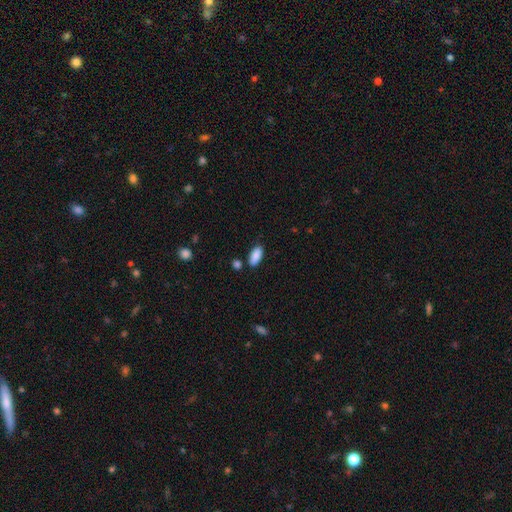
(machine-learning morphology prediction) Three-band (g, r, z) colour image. It shows a smooth galaxy with no disk features (89%) that is in between round and cigar-shaped (88%). Merging: none (81%).